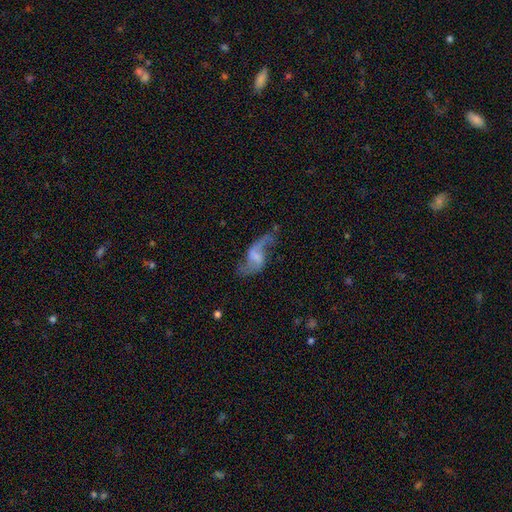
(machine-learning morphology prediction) smooth-or-featured: featured or disk: 82% | smooth: 12% | star or artifact: 7%
  disk-edge-on: no: 96% | yes: 4%
    bar: weak: 51% | no: 29% | strong: 20%
    has-spiral-arms: yes: 91% | no: 9%
      spiral-winding: loose: 84% | medium: 13% | tight: 3%
      spiral-arm-count: 2: 88% | 1: 7% | can't tell: 2% | 3: 1% | 4: 1% | more than 4: 1%
    bulge-size: none: 51% | small: 23% | moderate: 18% | large: 7% | dominant: 2%
  merging: none: 56% | major disturbance: 20% | minor disturbance: 20% | merger: 5%